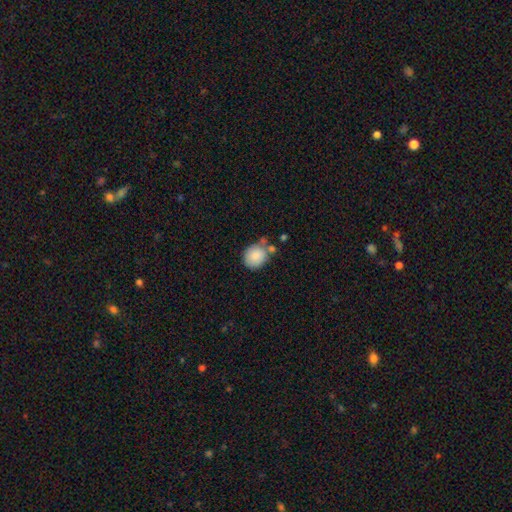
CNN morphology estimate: Smooth or featured?
  - smooth: 85% *
  - featured or disk: 7%
  - star or artifact: 7%
How rounded?
  - round: 67% *
  - in between: 32%
  - cigar-shaped: 1%
Merging?
  - none: 54% *
  - minor disturbance: 22%
  - merger: 18%
  - major disturbance: 6%